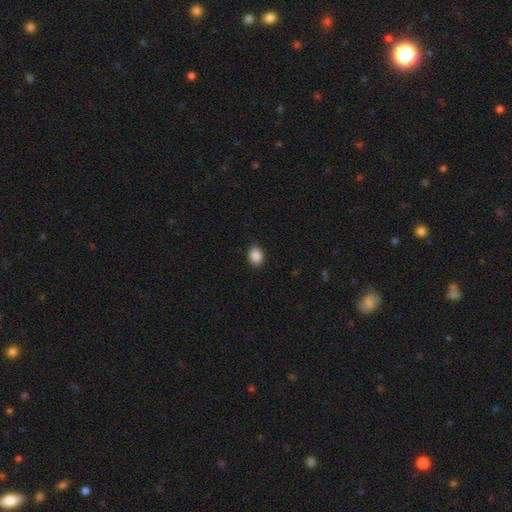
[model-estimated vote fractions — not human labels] smooth_or_featured: smooth (p=0.87) [alt: star or artifact p=0.09]
how_rounded: in between (p=0.69) [alt: round p=0.30]
merging: none (p=0.79) [alt: minor disturbance p=0.17]